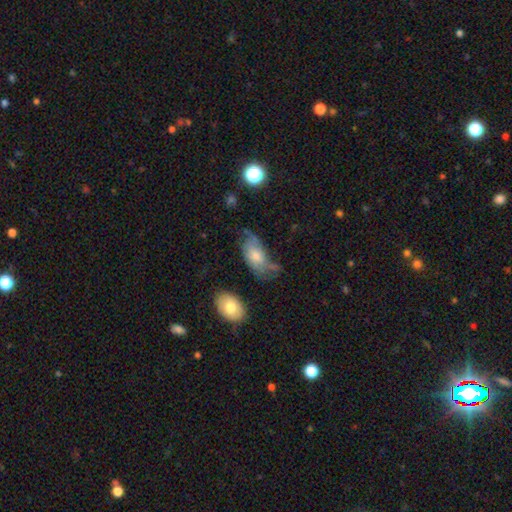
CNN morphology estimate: Smooth or featured? smooth (48%)
Merging? none (37%)